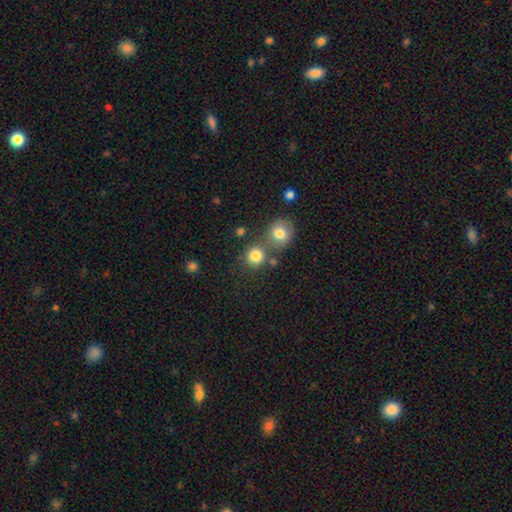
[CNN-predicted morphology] Q: Smooth or featured?
A: smooth (82%); runner-up: star or artifact (11%)
Q: How rounded?
A: round (88%); runner-up: in between (11%)
Q: Merging?
A: none (60%); runner-up: merger (27%)